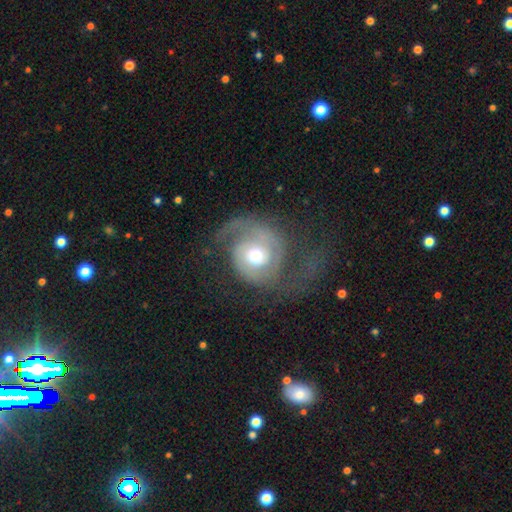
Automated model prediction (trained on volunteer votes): The model was most divided on "spiral winding": medium: 37%, loose: 34%, tight: 28%. Remaining: edge-on disk — no (97%); spiral arms — yes (81%); bar — no (76%); smooth or featured — featured or disk (68%); bulge size — moderate (68%); spiral arm count — 2 (47%); merging — major disturbance (43%).